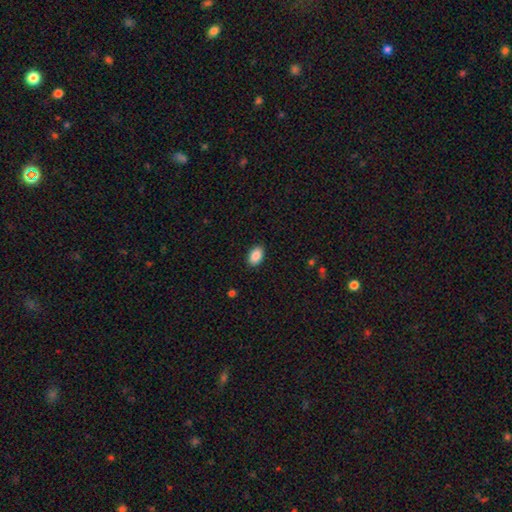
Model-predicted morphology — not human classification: Smooth or featured?
  - smooth: 88% *
  - star or artifact: 7%
  - featured or disk: 4%
How rounded?
  - in between: 91% *
  - round: 7%
  - cigar-shaped: 1%
Merging?
  - none: 89% *
  - minor disturbance: 8%
  - major disturbance: 2%
  - merger: 1%